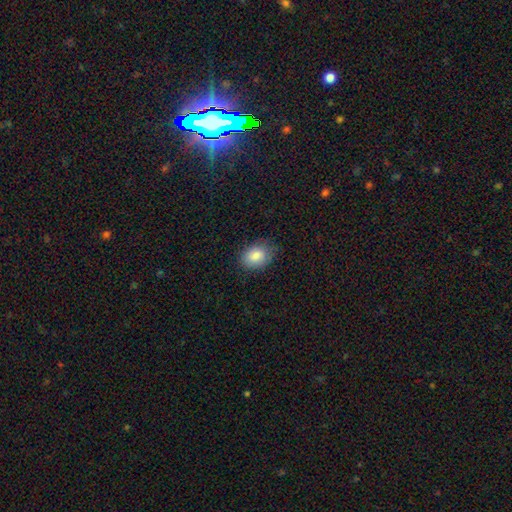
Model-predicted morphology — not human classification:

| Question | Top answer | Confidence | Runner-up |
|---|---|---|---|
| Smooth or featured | smooth | 84% | featured or disk (8%) |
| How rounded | in between | 77% | round (22%) |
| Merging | none | 74% | minor disturbance (21%) |